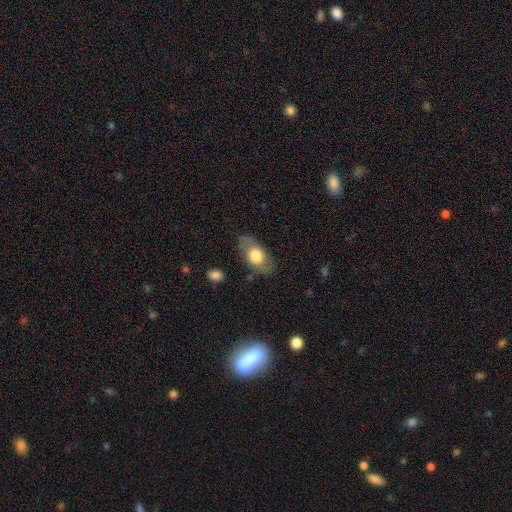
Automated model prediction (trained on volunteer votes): A smooth galaxy with no disk features (67%) that is in between round and cigar-shaped (88%).

Vote fractions:
- Smooth or featured? smooth: 67% / featured or disk: 27% / star or artifact: 6%
- How rounded? in between: 88% / round: 9% / cigar-shaped: 3%
- Merging? none: 75% / minor disturbance: 17% / major disturbance: 6% / merger: 2%